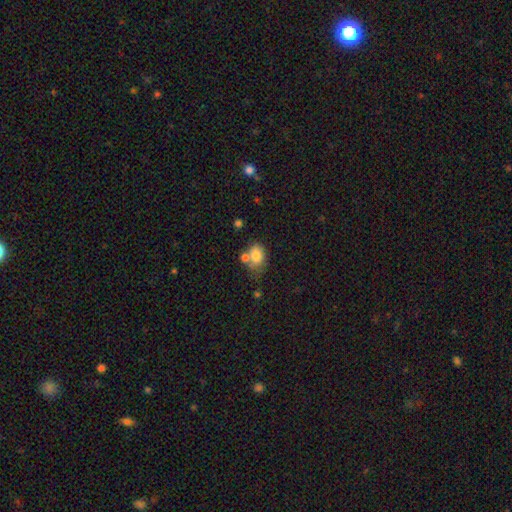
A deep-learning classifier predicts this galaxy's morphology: Q: Smooth or featured?
A: smooth (78%); runner-up: featured or disk (12%)
Q: How rounded?
A: in between (76%); runner-up: round (23%)
Q: Merging?
A: none (40%); runner-up: merger (29%)